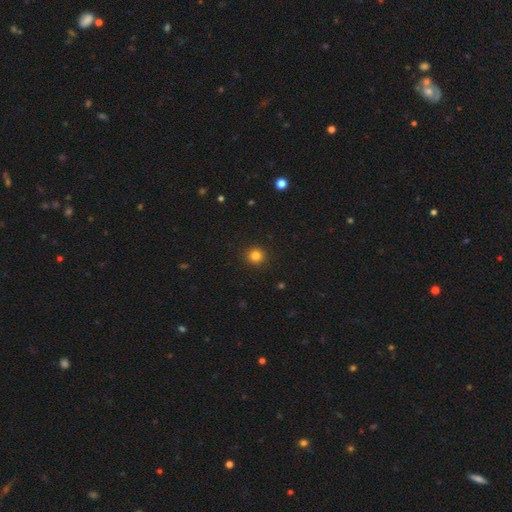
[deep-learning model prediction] smooth-or-featured: smooth: 82% | star or artifact: 13% | featured or disk: 5%
  how-rounded: round: 94% | in between: 5% | cigar-shaped: 1%
  merging: none: 92% | minor disturbance: 5% | major disturbance: 2% | merger: 1%